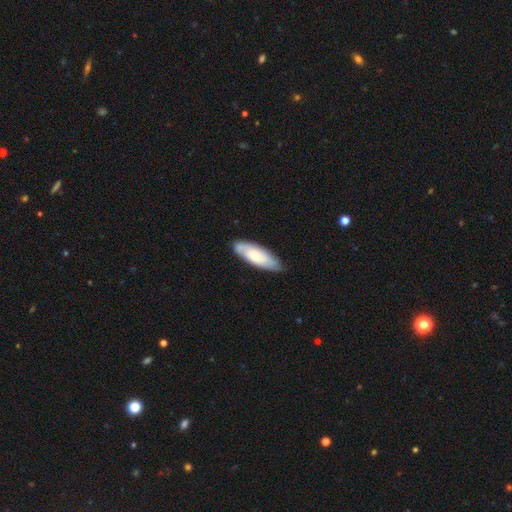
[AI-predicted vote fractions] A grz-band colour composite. It shows a smooth galaxy with no disk features (54%) that is in between round and cigar-shaped (65%). Merging: none (77%).